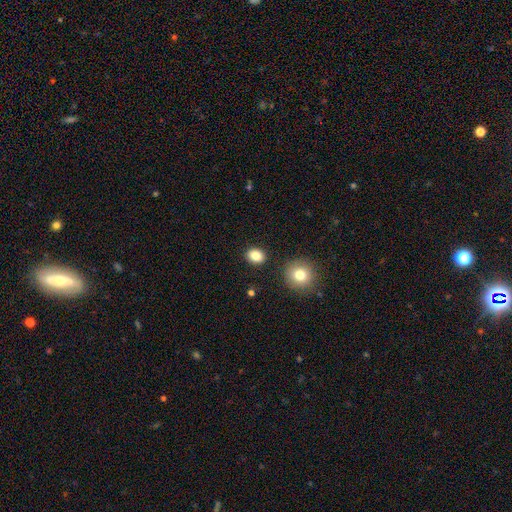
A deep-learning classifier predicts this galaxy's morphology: smooth_or_featured: smooth (p=0.84) [alt: star or artifact p=0.10]
how_rounded: round (p=0.51) [alt: in between p=0.48]
merging: none (p=0.87) [alt: minor disturbance p=0.08]